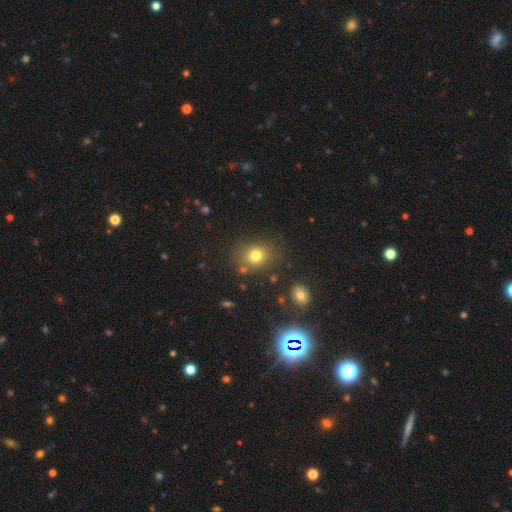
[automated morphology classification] Smooth or featured? smooth (77%)
How rounded? round (66%)
Merging? none (79%)